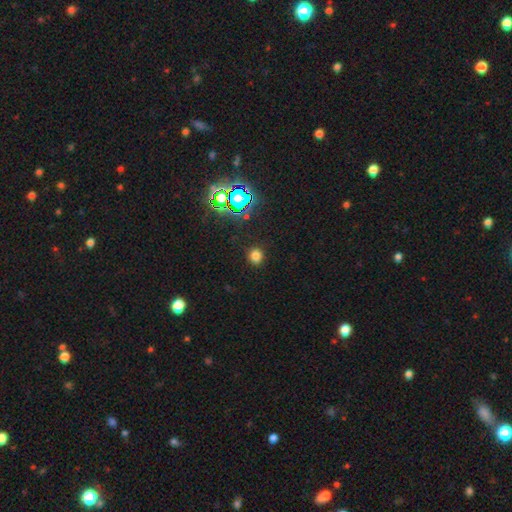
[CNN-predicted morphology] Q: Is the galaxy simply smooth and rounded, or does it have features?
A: smooth — 74%.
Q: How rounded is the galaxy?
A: round — 85%.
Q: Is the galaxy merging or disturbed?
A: none — 90%.